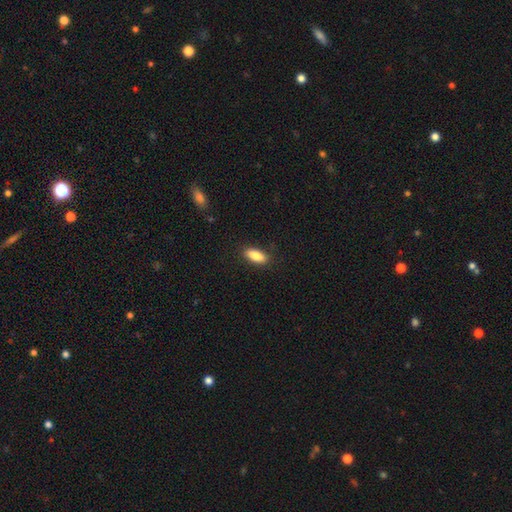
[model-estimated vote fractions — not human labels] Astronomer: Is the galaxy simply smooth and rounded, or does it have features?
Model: smooth — 84%.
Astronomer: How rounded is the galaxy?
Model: in between — 80%.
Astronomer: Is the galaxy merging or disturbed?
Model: none — 86%.